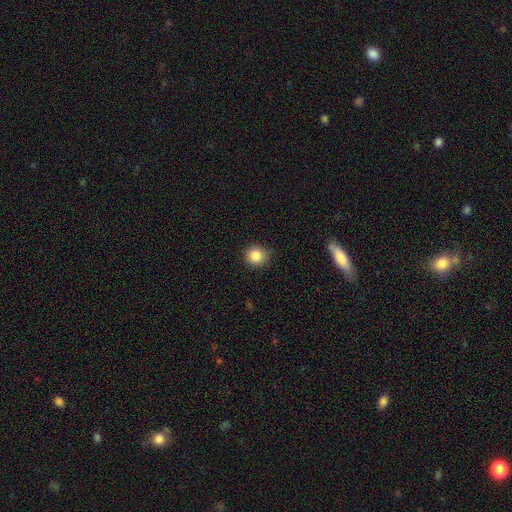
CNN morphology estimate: Smooth or featured? smooth (85%)
How rounded? round (90%)
Merging? none (88%)